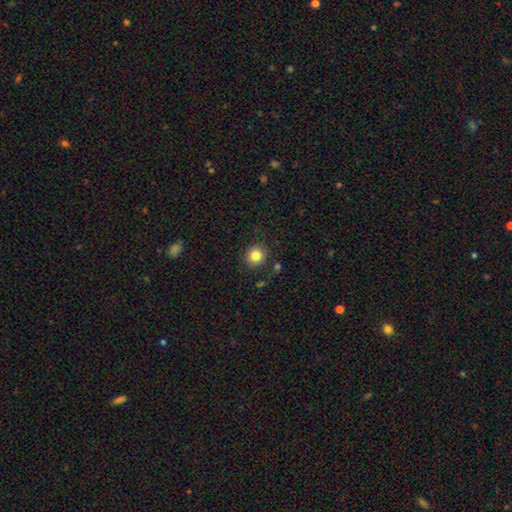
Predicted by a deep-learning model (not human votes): smooth-or-featured: smooth: 83% | star or artifact: 11% | featured or disk: 6%
  how-rounded: round: 90% | in between: 9% | cigar-shaped: 1%
  merging: none: 86% | minor disturbance: 8% | major disturbance: 3% | merger: 3%